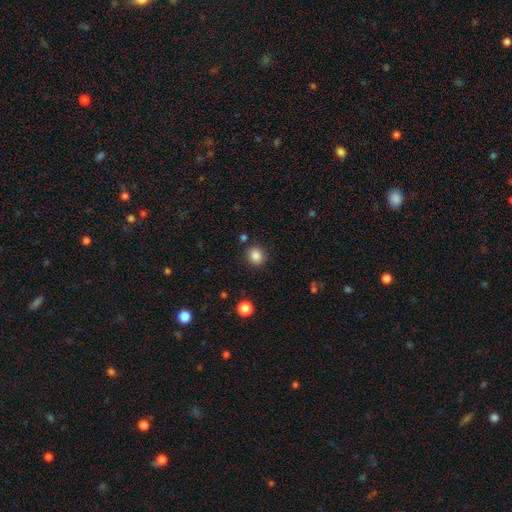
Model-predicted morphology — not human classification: This appears to be a smooth galaxy with no disk features (86%) that is round (82%). Merging: none (88%).